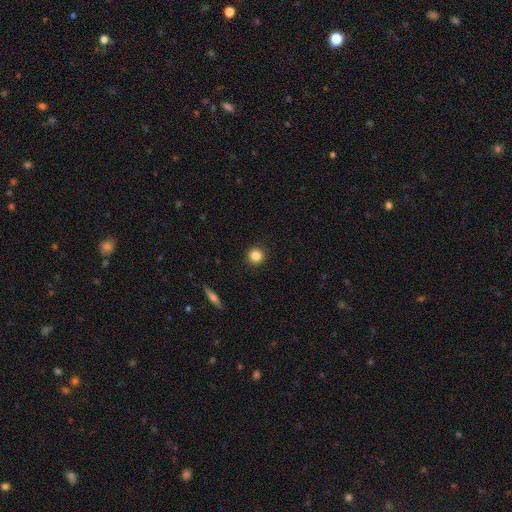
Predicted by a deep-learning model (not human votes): Smooth or featured: smooth — 84% (star or artifact — 11%)
How rounded: round — 95% (in between — 4%)
Merging: none — 92% (minor disturbance — 5%)